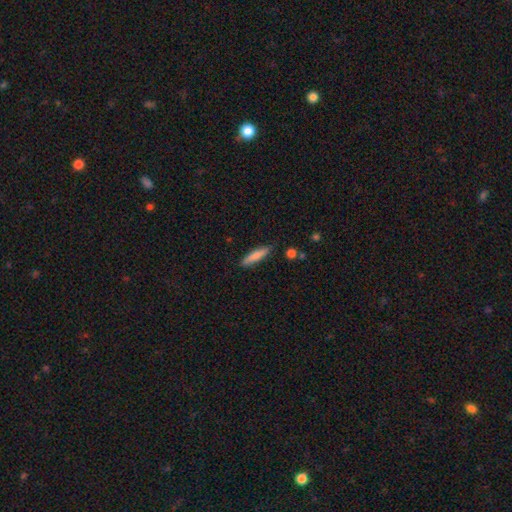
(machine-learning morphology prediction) smooth_or_featured: smooth (p=0.79) [alt: featured or disk p=0.15]
how_rounded: cigar-shaped (p=0.81) [alt: in between p=0.18]
merging: none (p=0.86) [alt: minor disturbance p=0.10]